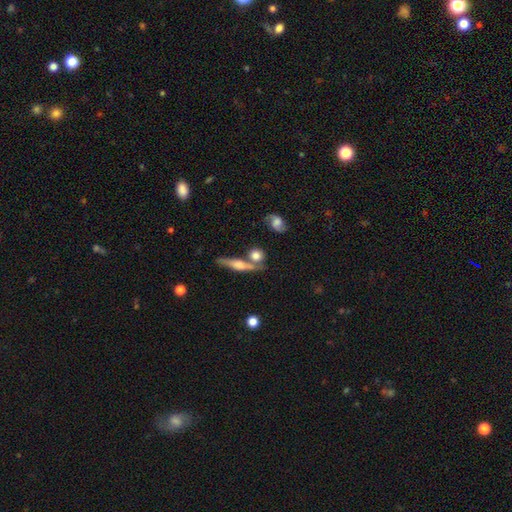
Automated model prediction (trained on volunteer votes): Smooth or featured? Predicted: smooth (p=0.54). How rounded? Predicted: round (p=0.38). Merging? Predicted: none (p=0.58).